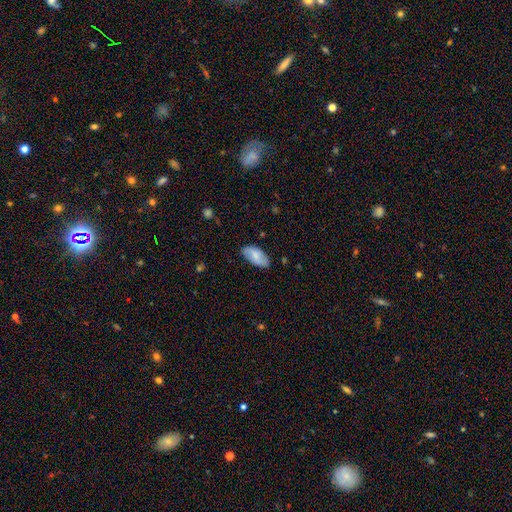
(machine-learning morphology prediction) Smooth or featured? smooth (63%)
How rounded? in between (94%)
Merging? none (80%)